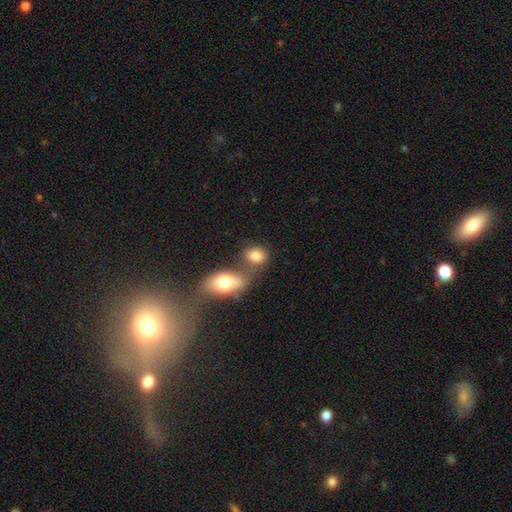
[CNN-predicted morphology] Smooth or featured: smooth — 80% (featured or disk — 11%)
How rounded: in between — 64% (round — 34%)
Merging: none — 45% (merger — 38%)